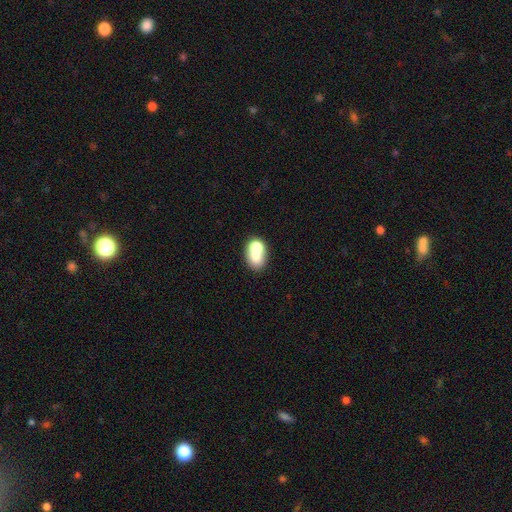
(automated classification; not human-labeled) Smooth or featured? smooth (68%)
How rounded? in between (58%)
Merging? merger (58%)